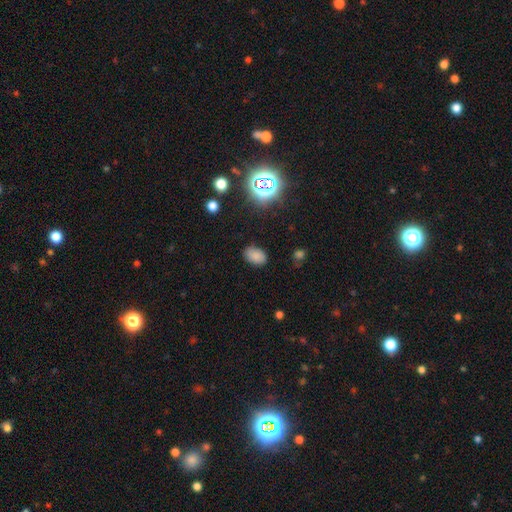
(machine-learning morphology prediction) Smooth or featured: smooth — 80% (star or artifact — 15%)
How rounded: in between — 87% (round — 11%)
Merging: none — 82% (minor disturbance — 13%)